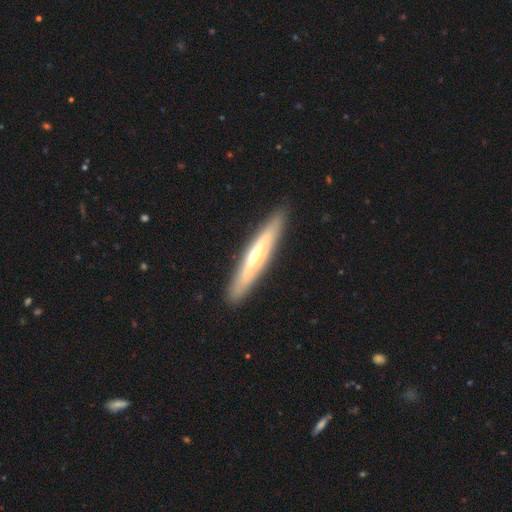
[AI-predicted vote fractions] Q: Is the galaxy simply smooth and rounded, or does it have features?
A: featured or disk — 60%.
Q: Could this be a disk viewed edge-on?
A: yes — 90%.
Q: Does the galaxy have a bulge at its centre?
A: rounded — 77%.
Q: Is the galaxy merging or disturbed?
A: none — 90%.